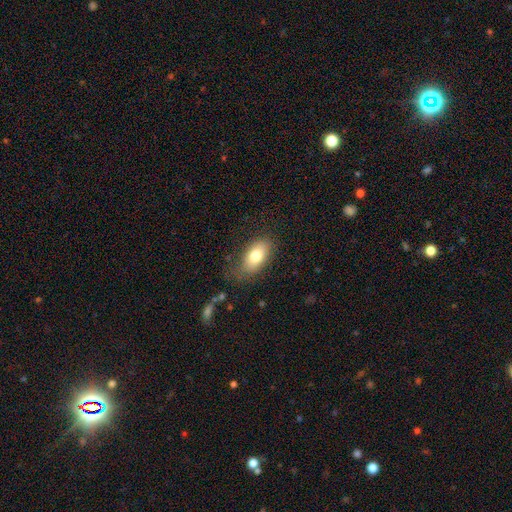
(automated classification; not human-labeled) Morphology: type=smooth (78%); roundness=in between (91%); merging=none (72%).